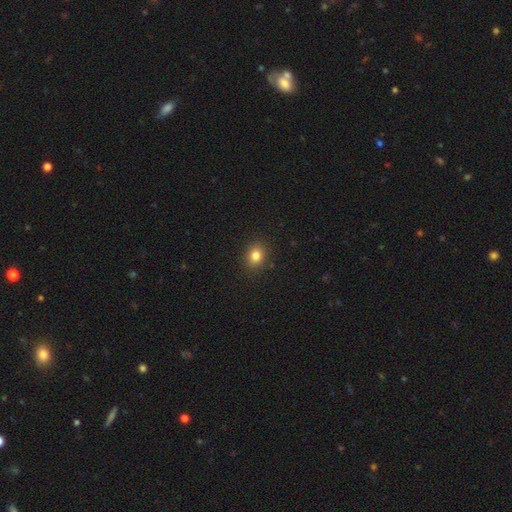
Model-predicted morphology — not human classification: smooth-or-featured: smooth: 83% | star or artifact: 12% | featured or disk: 6%
  how-rounded: round: 57% | in between: 42% | cigar-shaped: 1%
  merging: none: 89% | minor disturbance: 8% | major disturbance: 2% | merger: 1%